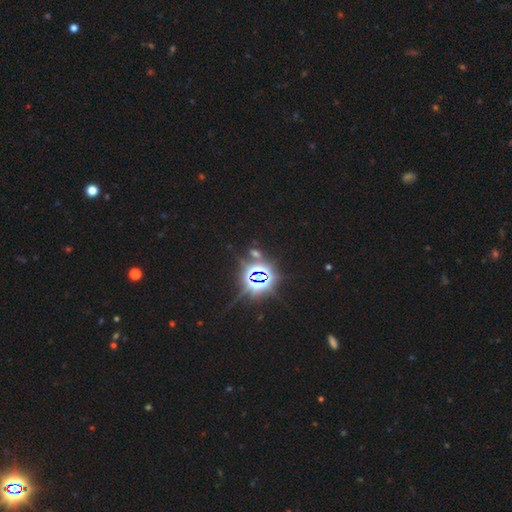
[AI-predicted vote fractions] smooth_or_featured: star or artifact (p=0.84) [alt: smooth p=0.09]